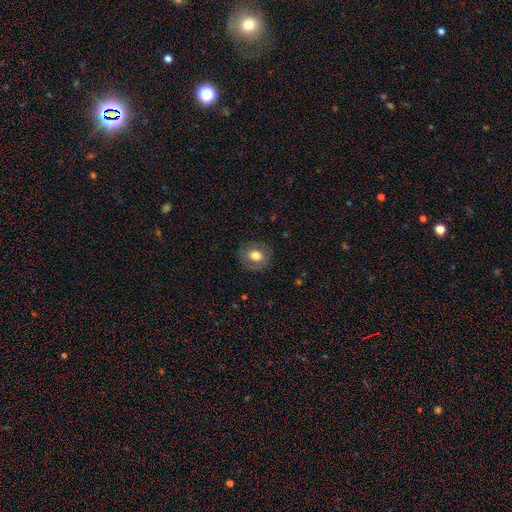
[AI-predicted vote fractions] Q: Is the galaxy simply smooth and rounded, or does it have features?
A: smooth — 70%.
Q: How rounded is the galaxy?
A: round — 63%.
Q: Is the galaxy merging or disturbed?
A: none — 84%.